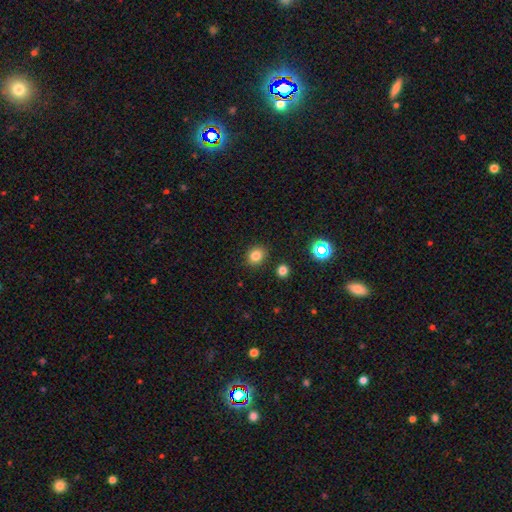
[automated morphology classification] smooth_or_featured: smooth (p=0.81) [alt: star or artifact p=0.13]
how_rounded: round (p=0.63) [alt: in between p=0.36]
merging: none (p=0.87) [alt: minor disturbance p=0.08]